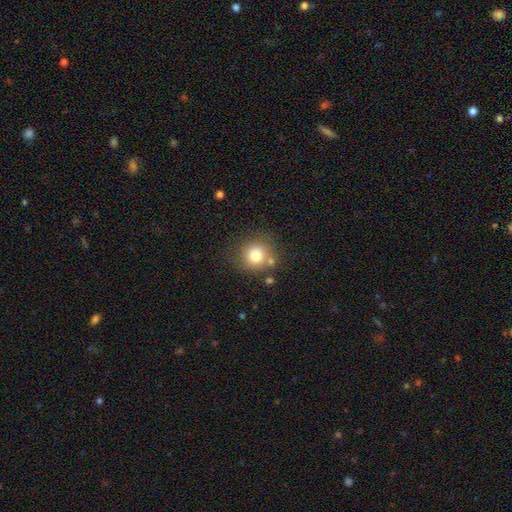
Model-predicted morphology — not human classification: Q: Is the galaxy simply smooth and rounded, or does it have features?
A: smooth — 79%.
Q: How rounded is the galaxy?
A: round — 89%.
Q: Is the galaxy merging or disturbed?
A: none — 72%.